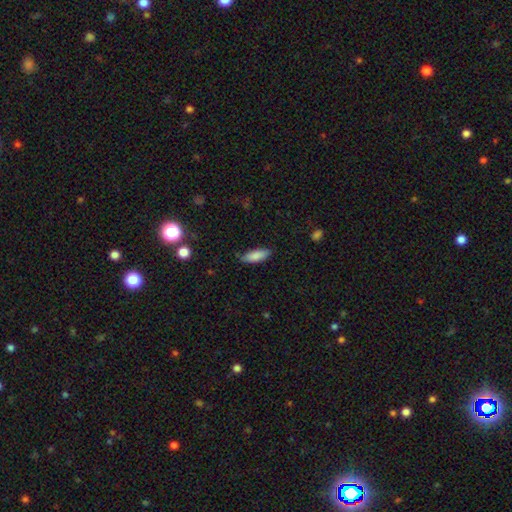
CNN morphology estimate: Q: Smooth or featured?
A: smooth (86%); runner-up: featured or disk (8%)
Q: How rounded?
A: in between (62%); runner-up: cigar-shaped (36%)
Q: Merging?
A: none (80%); runner-up: minor disturbance (16%)